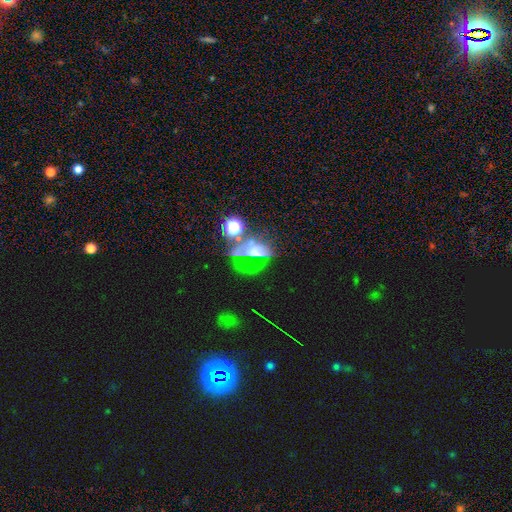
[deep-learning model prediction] Morphology: type=star or artifact (56%).